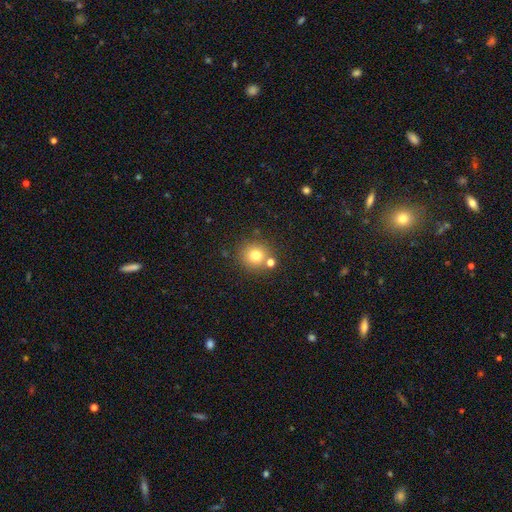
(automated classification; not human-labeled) A smooth galaxy with no disk features (76%) that is round (91%).

Vote fractions:
- Smooth or featured? smooth: 76% / star or artifact: 14% / featured or disk: 10%
- How rounded? round: 91% / in between: 8% / cigar-shaped: 1%
- Merging? none: 75% / merger: 13% / minor disturbance: 9% / major disturbance: 3%